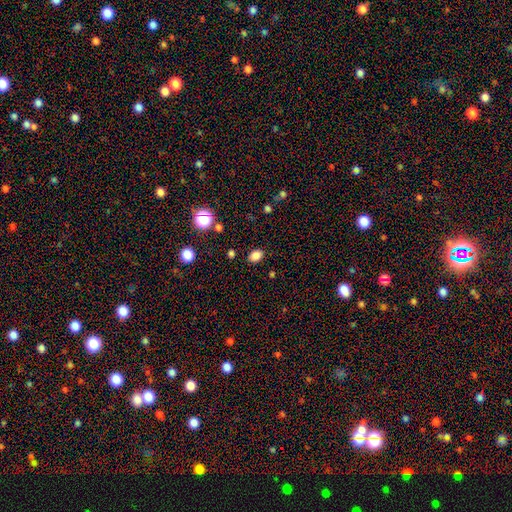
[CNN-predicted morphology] type=smooth (82%); roundness=in between (78%); merging=none (86%).